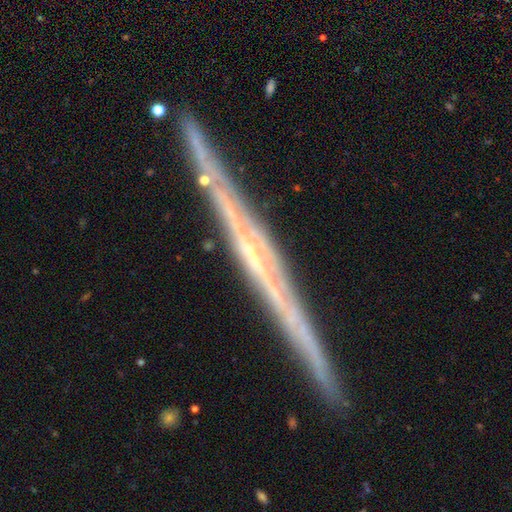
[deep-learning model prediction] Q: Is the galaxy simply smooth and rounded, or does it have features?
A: featured or disk — 83%.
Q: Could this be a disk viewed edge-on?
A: yes — 98%.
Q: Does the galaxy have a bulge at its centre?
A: none — 53%.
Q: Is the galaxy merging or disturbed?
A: none — 90%.